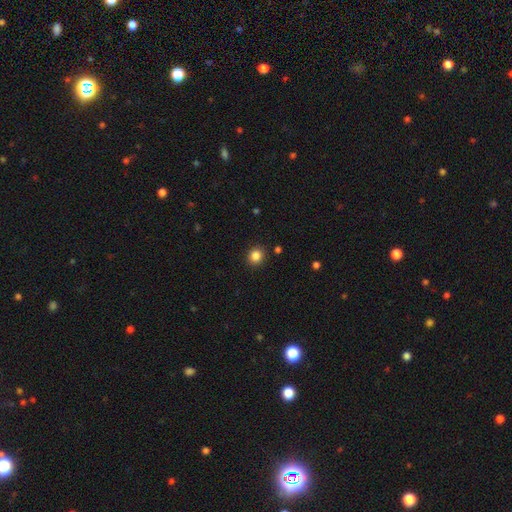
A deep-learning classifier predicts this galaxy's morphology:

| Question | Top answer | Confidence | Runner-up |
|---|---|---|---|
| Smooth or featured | smooth | 85% | star or artifact (11%) |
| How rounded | round | 84% | in between (15%) |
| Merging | none | 90% | minor disturbance (6%) |